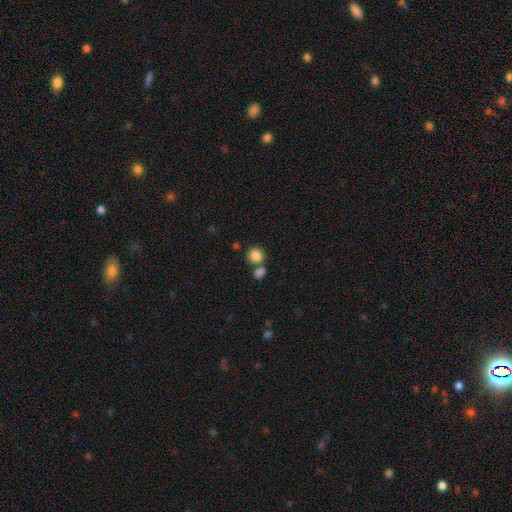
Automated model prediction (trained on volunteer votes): A smooth galaxy with no disk features (85%) that is round (84%).

Vote fractions:
- Smooth or featured? smooth: 85% / star or artifact: 9% / featured or disk: 5%
- How rounded? round: 84% / in between: 15% / cigar-shaped: 1%
- Merging? none: 59% / merger: 29% / minor disturbance: 9% / major disturbance: 3%